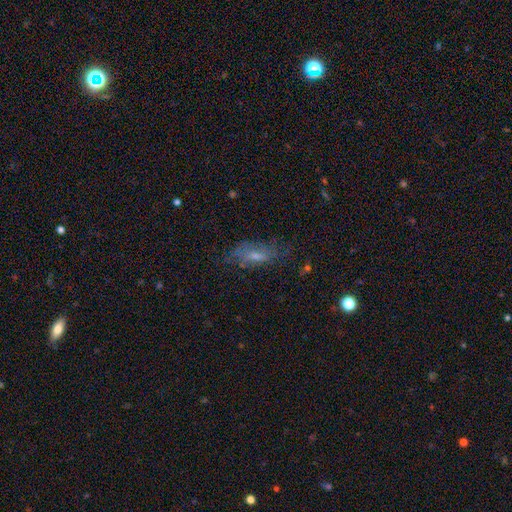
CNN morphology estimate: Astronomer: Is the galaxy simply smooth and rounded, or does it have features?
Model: featured or disk — 46% (runner-up: smooth, 40%).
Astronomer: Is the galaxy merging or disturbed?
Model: none — 63%.